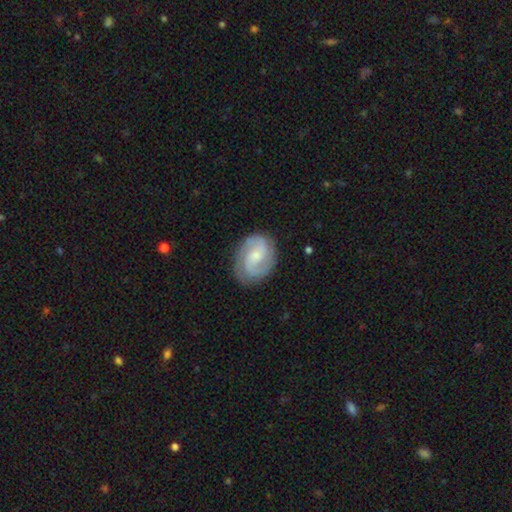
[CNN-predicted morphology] A featured or disk galaxy (80%) with no bar (47%), 2 (84%) medium (50%) spiral arms (96%) and a small central bulge (52%).

Vote fractions:
- Smooth or featured? featured or disk: 80% / smooth: 14% / star or artifact: 5%
- Edge-on disk? no: 98% / yes: 2%
- Bar? no: 47% / weak: 43% / strong: 10%
- Spiral arms? yes: 96% / no: 4%
- Spiral winding? medium: 50% / tight: 33% / loose: 17%
- Spiral arm count? 2: 84% / can't tell: 6% / 3: 6% / 1: 2% / 4: 1% / more than 4: 1%
- Bulge size? small: 52% / moderate: 38% / none: 6% / large: 3% / dominant: 1%
- Merging? none: 82% / minor disturbance: 13% / major disturbance: 4% / merger: 1%